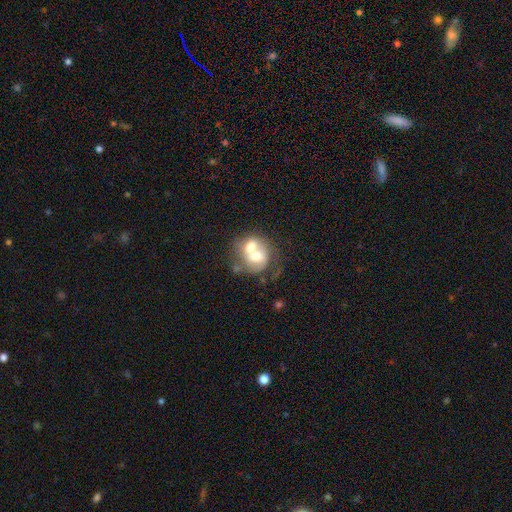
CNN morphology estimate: The model was most divided on "smooth or featured": smooth: 53%, featured or disk: 39%, star or artifact: 8%. More confident: merging — merger (71%); how rounded — round (65%).